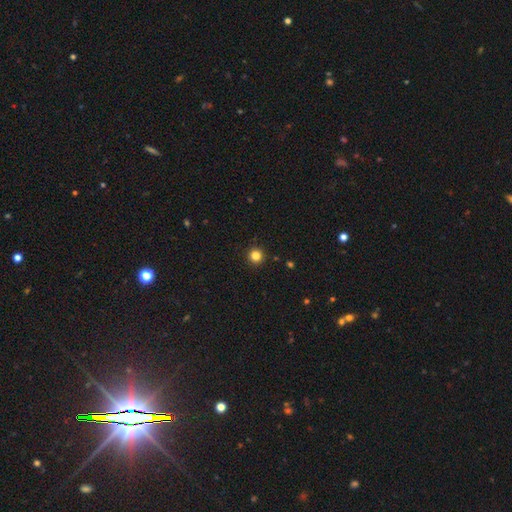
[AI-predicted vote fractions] A smooth galaxy with no disk features (83%) that is round (96%). Merging: none (93%).